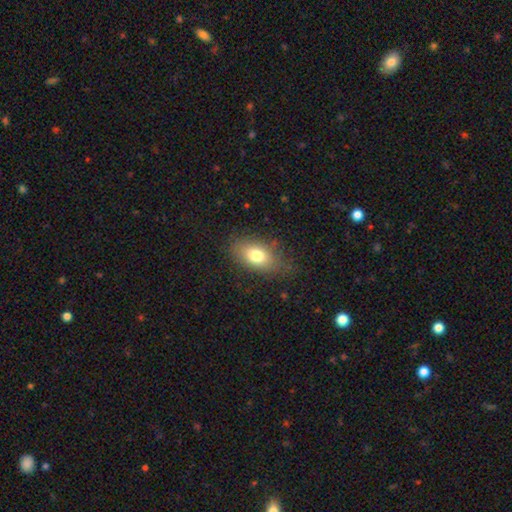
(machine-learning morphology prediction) smooth 76%, featured or disk 14%, star or artifact 9%. Down the decision tree: how rounded — in between (86%); merging — none (76%).